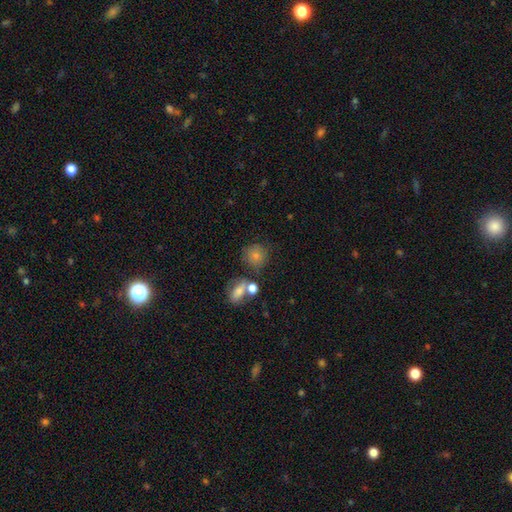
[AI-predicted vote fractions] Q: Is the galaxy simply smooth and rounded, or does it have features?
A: smooth — 78%.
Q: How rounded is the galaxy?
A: round — 84%.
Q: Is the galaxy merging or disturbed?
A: none — 60%.